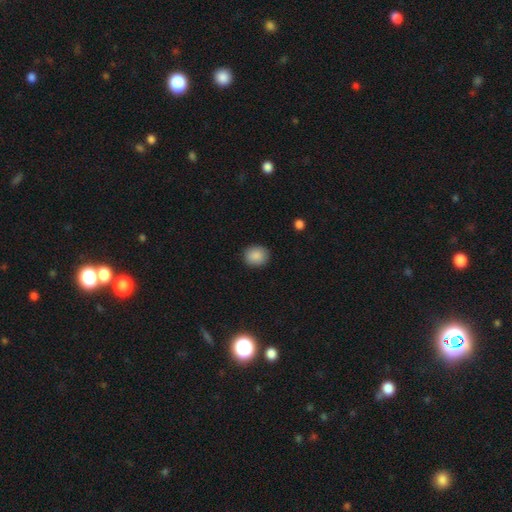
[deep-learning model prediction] Smooth or featured? Predicted: smooth (p=0.88). How rounded? Predicted: round (p=0.73). Merging? Predicted: none (p=0.88).